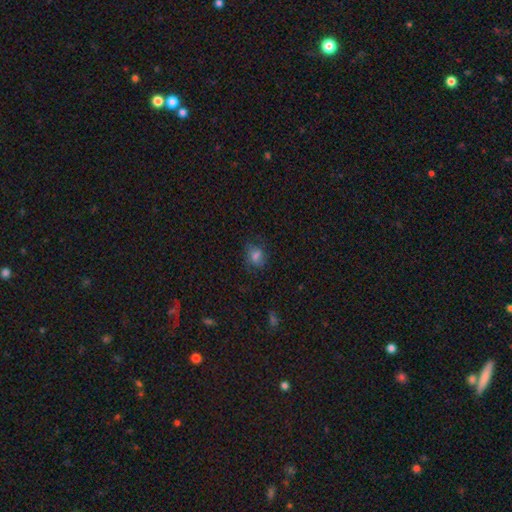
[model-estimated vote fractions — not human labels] smooth 68%, star or artifact 19%, featured or disk 13%. Down the decision tree: how rounded — round (55%); merging — none (68%).